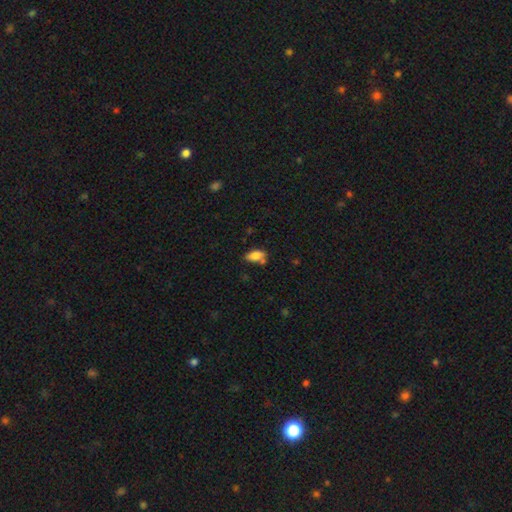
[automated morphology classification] smooth-or-featured: smooth: 82% | featured or disk: 9% | star or artifact: 8%
  how-rounded: in between: 90% | cigar-shaped: 5% | round: 5%
  merging: none: 59% | minor disturbance: 20% | merger: 16% | major disturbance: 5%